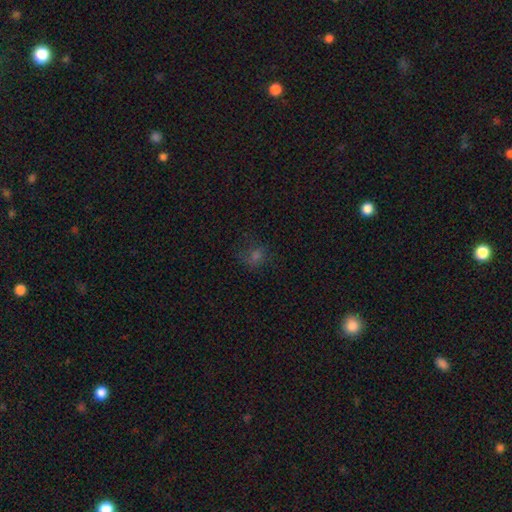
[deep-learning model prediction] Smooth or featured? smooth (51%)
How rounded? round (66%)
Merging? none (64%)